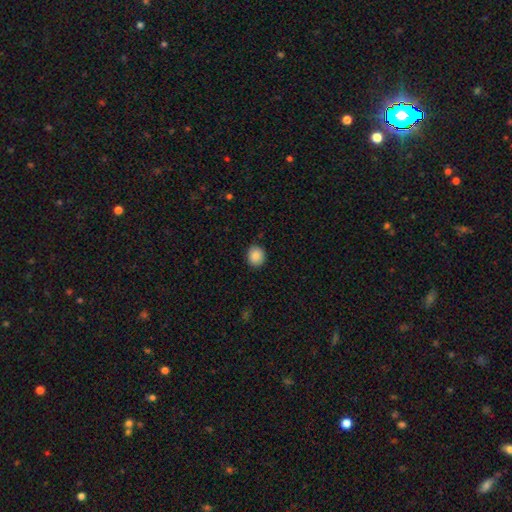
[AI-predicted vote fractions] This is clearly a smooth galaxy (88%). How rounded: likely round (77%). Merging: clearly none (89%).